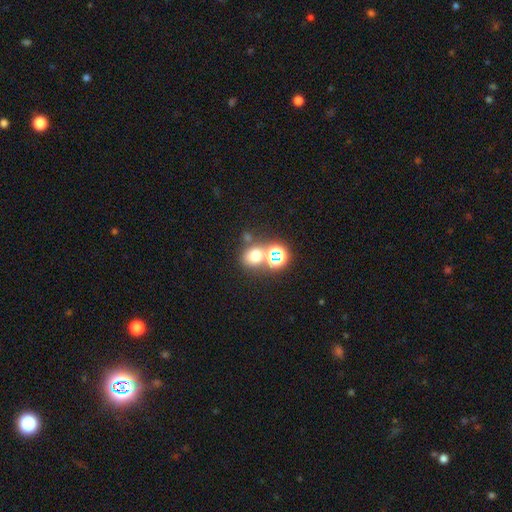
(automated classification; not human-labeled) A smooth galaxy with no disk features (62%) that is round (71%). Merging: none (57%).